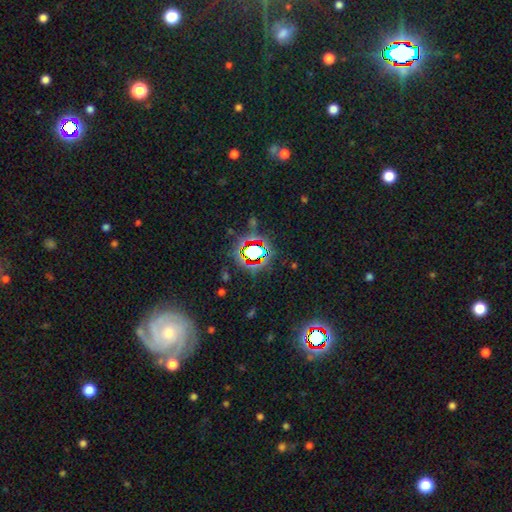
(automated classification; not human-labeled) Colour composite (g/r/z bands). It shows a star or artifact, not a galaxy (70%).